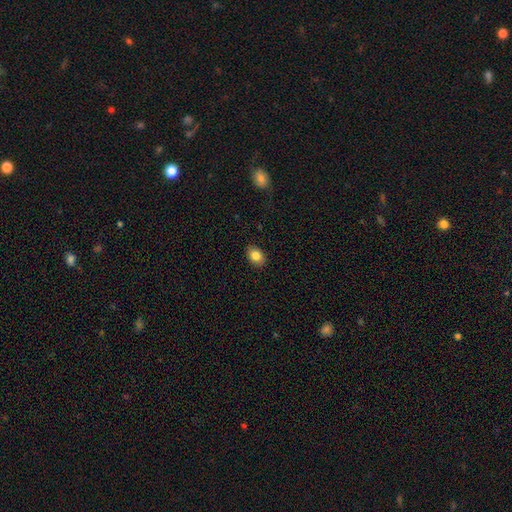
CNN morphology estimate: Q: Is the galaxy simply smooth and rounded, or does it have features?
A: smooth — 83%.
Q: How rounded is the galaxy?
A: in between — 73%.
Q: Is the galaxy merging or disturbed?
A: none — 88%.